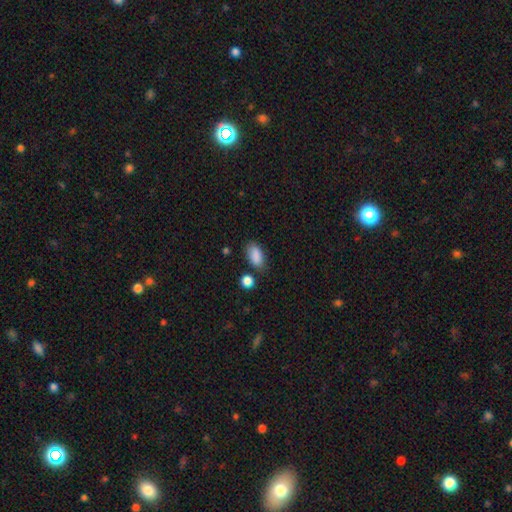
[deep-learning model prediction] Q: Smooth or featured?
A: smooth (87%); runner-up: star or artifact (8%)
Q: How rounded?
A: in between (90%); runner-up: round (6%)
Q: Merging?
A: none (73%); runner-up: minor disturbance (17%)